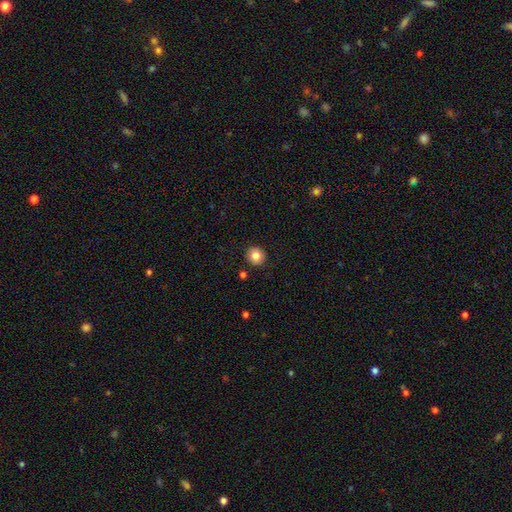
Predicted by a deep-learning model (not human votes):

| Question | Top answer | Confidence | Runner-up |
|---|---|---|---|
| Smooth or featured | smooth | 83% | star or artifact (10%) |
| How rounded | round | 92% | in between (7%) |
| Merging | none | 90% | minor disturbance (6%) |